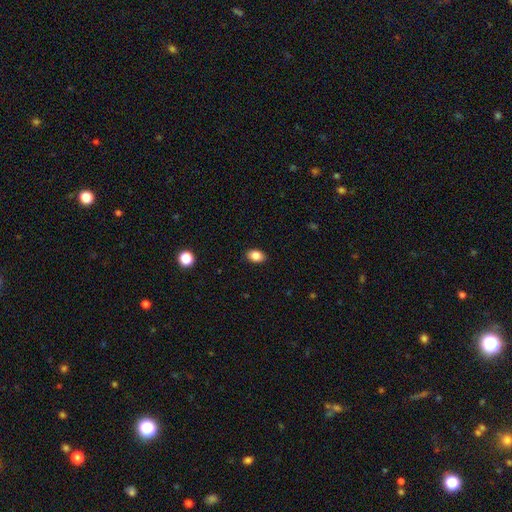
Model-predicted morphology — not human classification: Smooth or featured? smooth (85%)
How rounded? in between (81%)
Merging? none (89%)